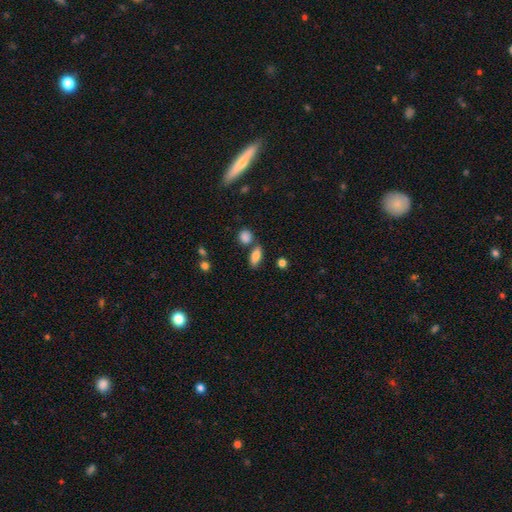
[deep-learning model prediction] Smooth or featured: smooth — 77% (featured or disk — 15%)
How rounded: in between — 74% (cigar-shaped — 20%)
Merging: none — 71% (minor disturbance — 13%)